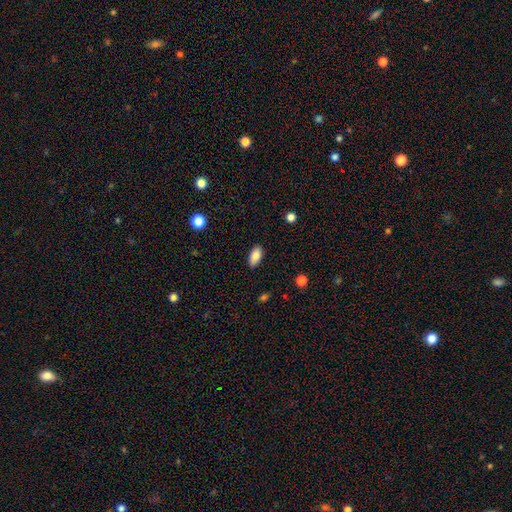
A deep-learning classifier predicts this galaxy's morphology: Smooth or featured? Predicted: smooth (p=0.84). How rounded? Predicted: in between (p=0.91). Merging? Predicted: none (p=0.87).